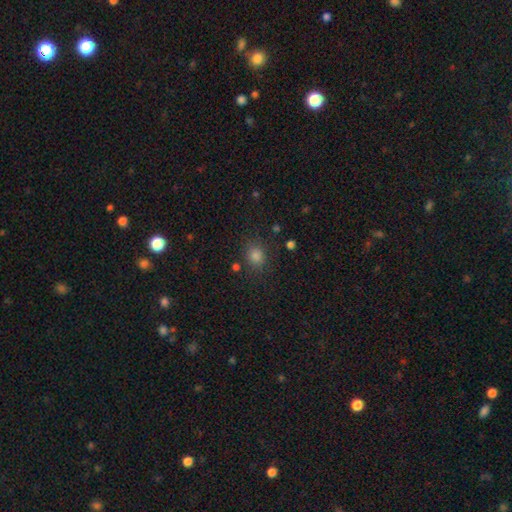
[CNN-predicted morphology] smooth_or_featured: smooth (p=0.77) [alt: star or artifact p=0.18]
how_rounded: round (p=0.68) [alt: in between p=0.31]
merging: none (p=0.83) [alt: minor disturbance p=0.11]